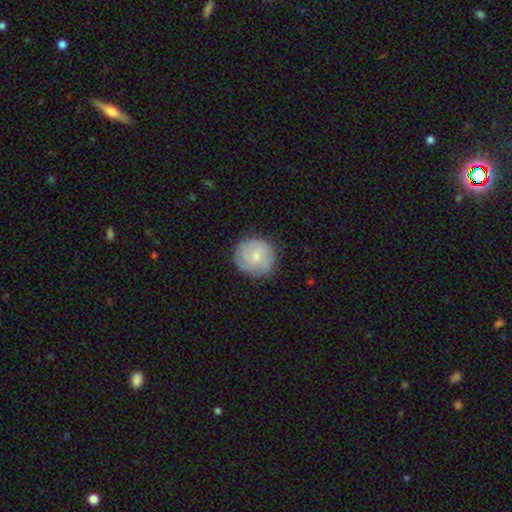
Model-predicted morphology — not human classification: This is possibly a smooth galaxy (55%). How rounded: clearly round (91%). Merging: likely none (79%).